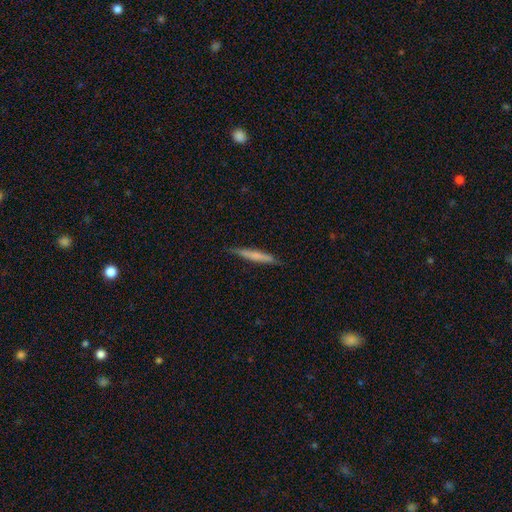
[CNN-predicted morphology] Smooth or featured? Predicted: smooth (p=0.61). How rounded? Predicted: cigar-shaped (p=0.94). Merging? Predicted: none (p=0.85).